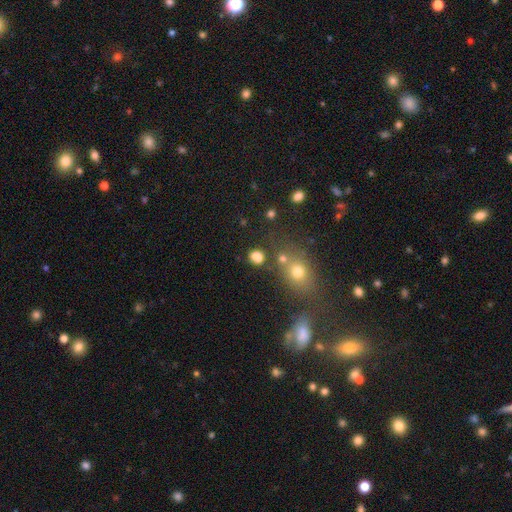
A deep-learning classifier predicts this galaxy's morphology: Overall: smooth (78%). How rounded: round (66%; in between 33%). Merging: none (73%).